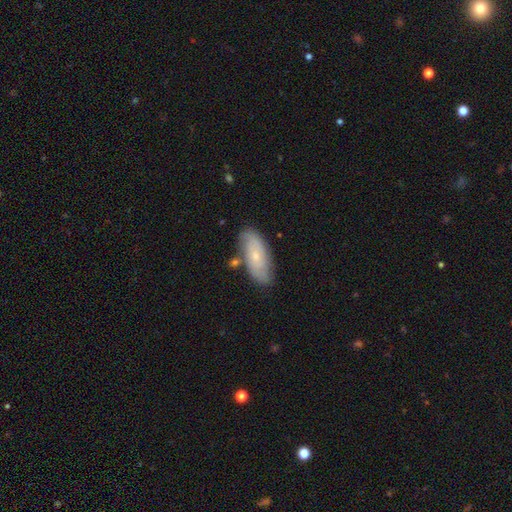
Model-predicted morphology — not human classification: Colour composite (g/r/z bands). It shows a featured or disk galaxy (48%). Merging: none (74%).